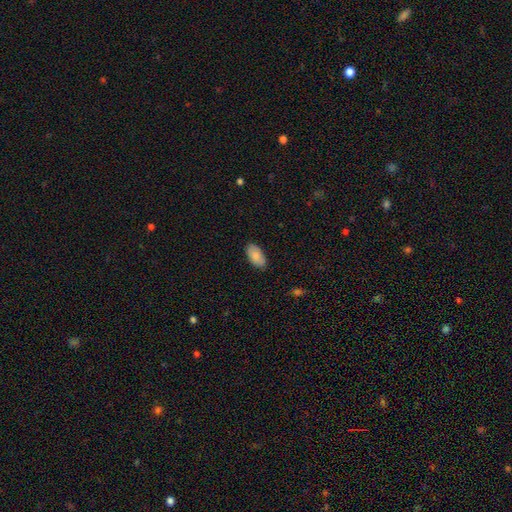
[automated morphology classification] A smooth galaxy with no disk features (85%) that is in between round and cigar-shaped (95%).

Vote fractions:
- Smooth or featured? smooth: 85% / featured or disk: 9% / star or artifact: 6%
- How rounded? in between: 95% / round: 3% / cigar-shaped: 2%
- Merging? none: 87% / minor disturbance: 10% / major disturbance: 2% / merger: 1%